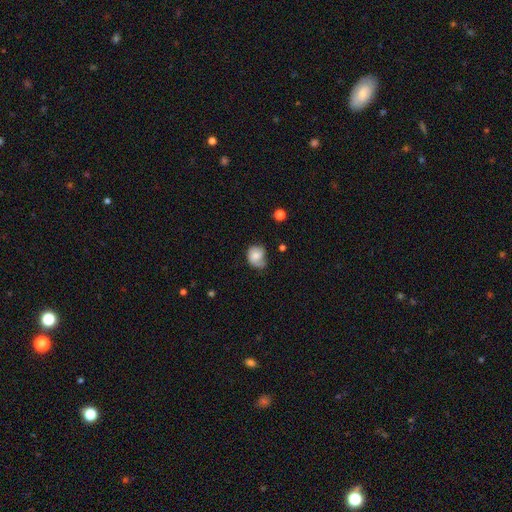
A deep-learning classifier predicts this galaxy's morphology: The model was most divided on "merging": none: 42%, minor disturbance: 35%, major disturbance: 20%, merger: 3%. More confident: how rounded — round (63%); smooth or featured — smooth (58%).